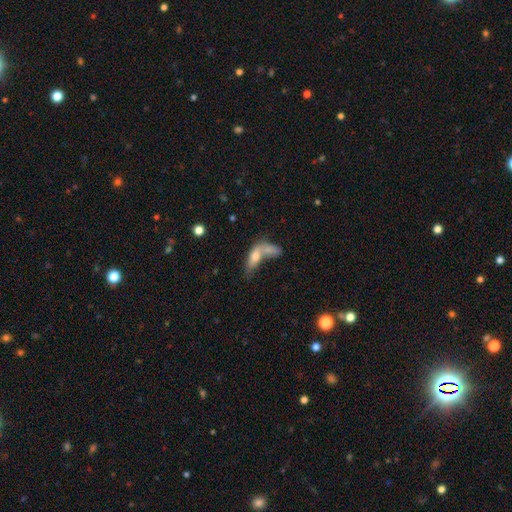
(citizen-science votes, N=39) A smooth galaxy with no disk features (64%) that is in between round and cigar-shaped (60%). Merging: merger (82%).